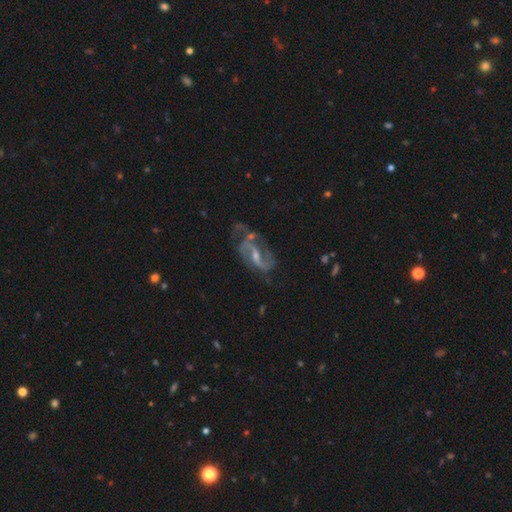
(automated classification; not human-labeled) featured or disk 87%, star or artifact 7%, smooth 6%. Down the decision tree: edge-on disk — no (96%); bar — weak (51%); spiral arms — yes (95%); spiral arm count — 2 (81%); spiral winding — medium (44%); bulge size — small (53%); merging — none (52%).